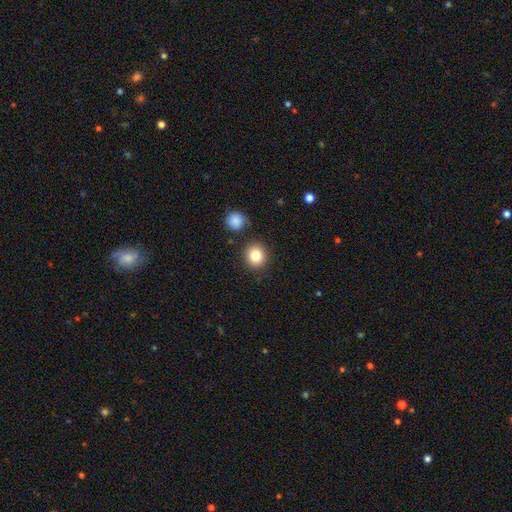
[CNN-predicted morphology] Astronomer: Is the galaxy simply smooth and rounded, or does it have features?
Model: smooth — 83%.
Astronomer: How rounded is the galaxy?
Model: round — 88%.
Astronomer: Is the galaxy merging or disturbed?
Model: none — 86%.